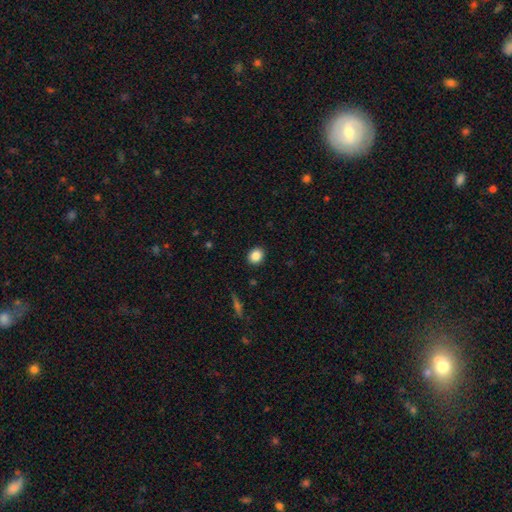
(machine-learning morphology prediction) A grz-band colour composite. It shows a smooth galaxy with no disk features (86%) that is round (69%). Merging: none (91%).